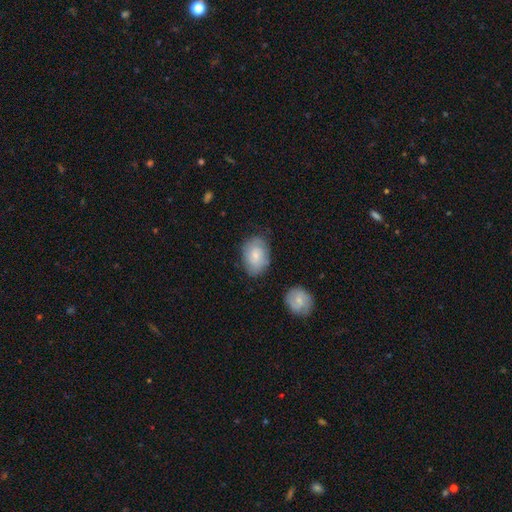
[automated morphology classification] Smooth or featured: smooth — 67% (featured or disk — 27%)
How rounded: in between — 85% (round — 14%)
Merging: none — 72% (minor disturbance — 19%)